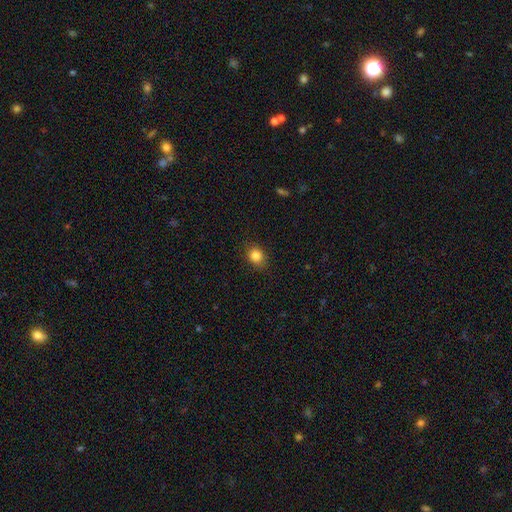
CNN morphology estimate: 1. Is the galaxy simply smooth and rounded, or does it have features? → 84% smooth, 11% star or artifact, 5% featured or disk.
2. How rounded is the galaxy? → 63% round, 36% in between, 1% cigar-shaped.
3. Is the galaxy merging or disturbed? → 86% none, 11% minor disturbance, 3% major disturbance, 1% merger.